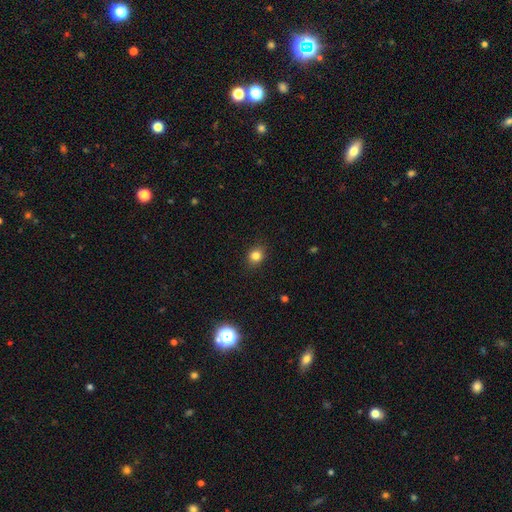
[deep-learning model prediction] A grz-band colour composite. It shows a smooth galaxy with no disk features (82%) that is round (72%). Merging: none (89%).